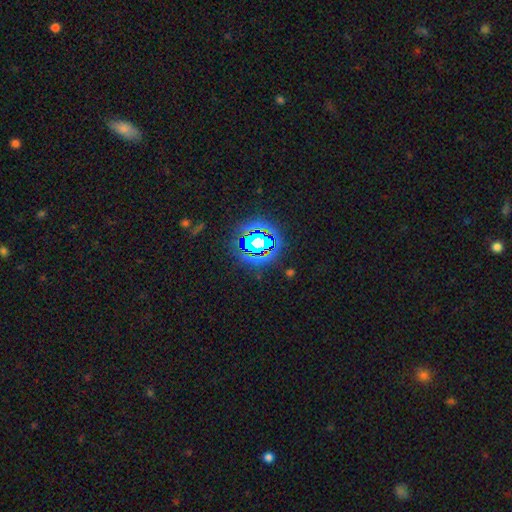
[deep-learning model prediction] Smooth or featured? Predicted: star or artifact (p=0.77).